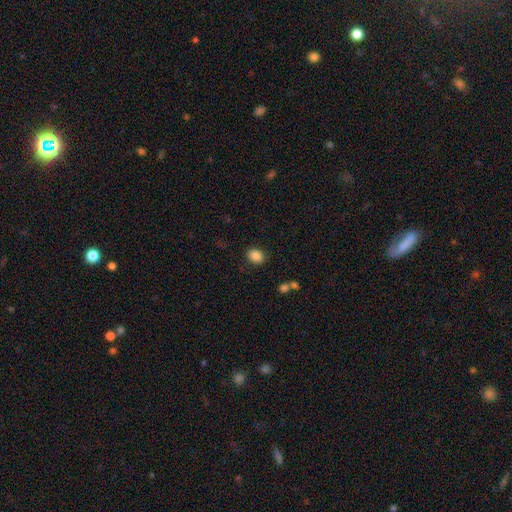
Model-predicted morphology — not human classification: Smooth or featured: smooth — 86% (star or artifact — 9%)
How rounded: in between — 59% (round — 40%)
Merging: none — 87% (minor disturbance — 9%)